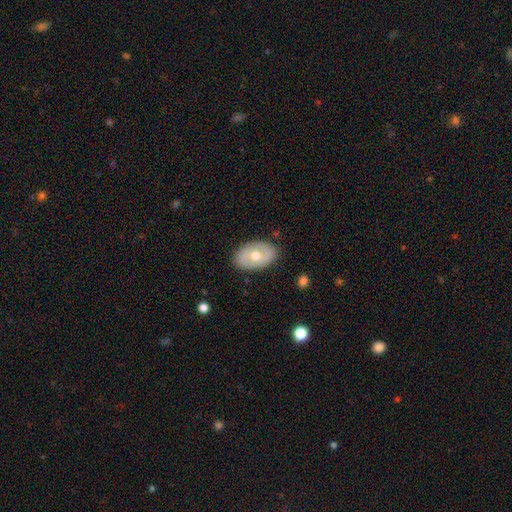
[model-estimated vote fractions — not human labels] Smooth or featured?
  - smooth: 49% *
  - featured or disk: 45%
  - star or artifact: 6%
Merging?
  - none: 85% *
  - minor disturbance: 11%
  - major disturbance: 3%
  - merger: 1%